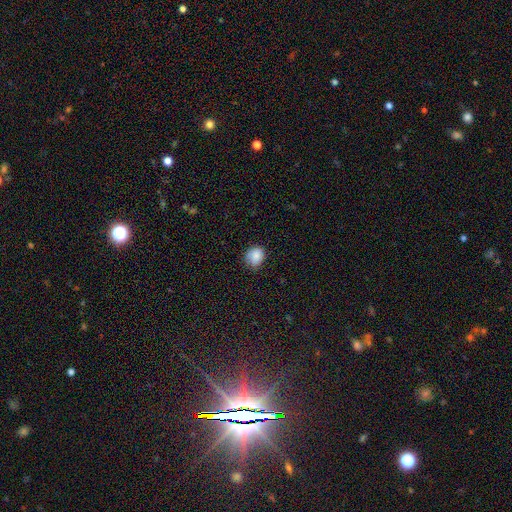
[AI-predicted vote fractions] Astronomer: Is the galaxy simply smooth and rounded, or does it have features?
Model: smooth — 83%.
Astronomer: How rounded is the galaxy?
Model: round — 62%.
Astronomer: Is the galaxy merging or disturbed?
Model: none — 63%.